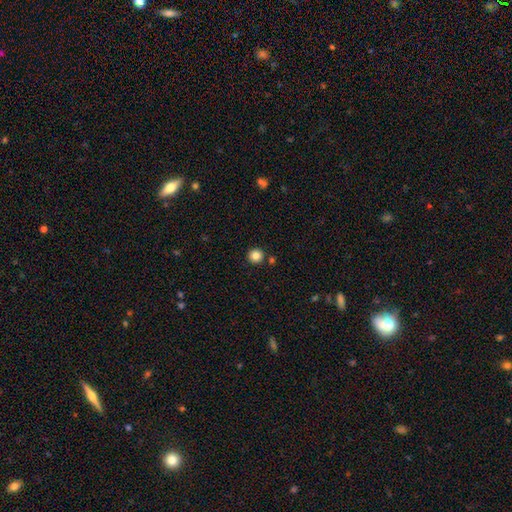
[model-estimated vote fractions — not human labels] Q: Smooth or featured?
A: smooth (84%); runner-up: star or artifact (11%)
Q: How rounded?
A: round (95%); runner-up: in between (4%)
Q: Merging?
A: none (89%); runner-up: minor disturbance (5%)